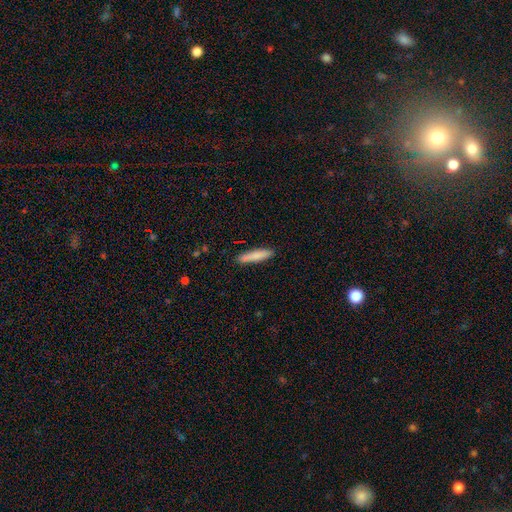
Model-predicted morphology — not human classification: Smooth or featured? Predicted: smooth (p=0.83). How rounded? Predicted: cigar-shaped (p=0.88). Merging? Predicted: none (p=0.89).